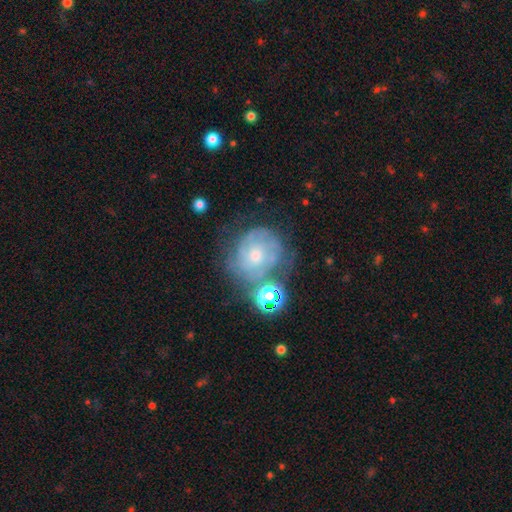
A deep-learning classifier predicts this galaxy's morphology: Smooth or featured? featured or disk (74%)
Edge-on disk? no (97%)
Bar? no (75%)
Spiral arms? yes (90%)
Spiral winding? tight (72%)
Spiral arm count? can't tell (39%)
Bulge size? small (48%)
Merging? none (63%)